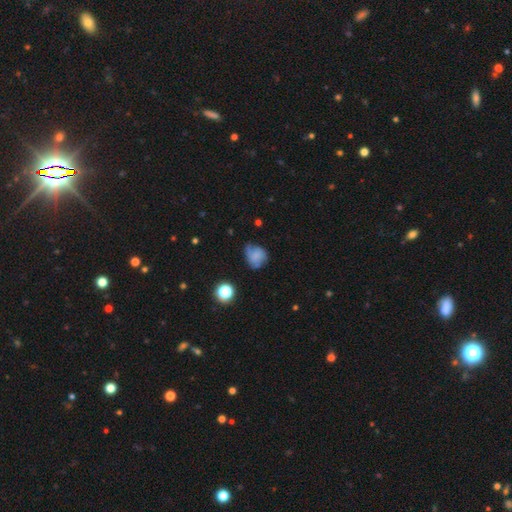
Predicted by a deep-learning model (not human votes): Morphology: type=smooth (64%); roundness=round (62%); merging=none (45%).